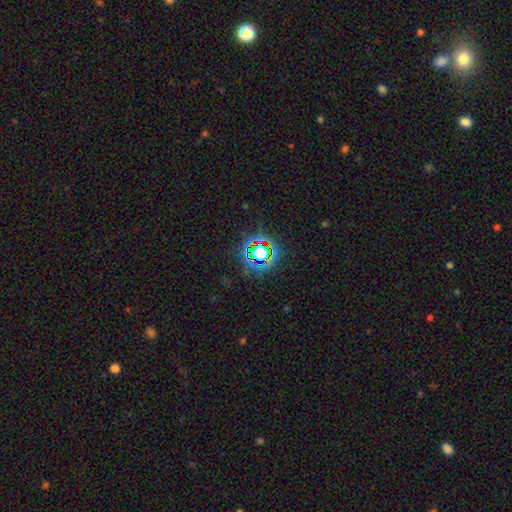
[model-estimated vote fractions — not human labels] smooth-or-featured: star or artifact: 70% | smooth: 19% | featured or disk: 10%